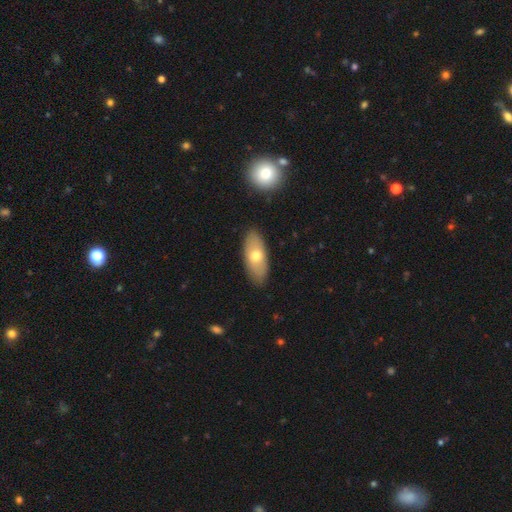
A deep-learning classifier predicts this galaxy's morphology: Smooth or featured? Predicted: smooth (p=0.66). How rounded? Predicted: in between (p=0.84). Merging? Predicted: none (p=0.85).